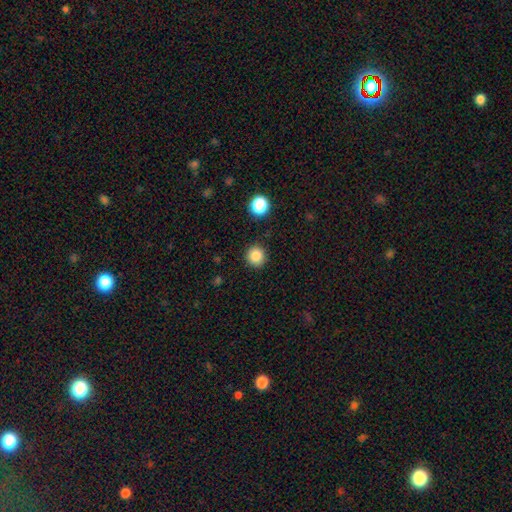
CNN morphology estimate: smooth_or_featured: smooth (p=0.86) [alt: star or artifact p=0.11]
how_rounded: round (p=0.93) [alt: in between p=0.06]
merging: none (p=0.90) [alt: minor disturbance p=0.06]